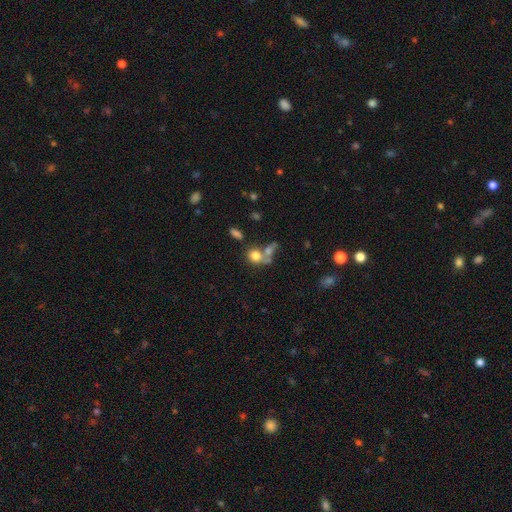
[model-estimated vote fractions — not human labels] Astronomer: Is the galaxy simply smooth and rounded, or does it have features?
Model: smooth — 75%.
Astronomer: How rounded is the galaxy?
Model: round — 61% (runner-up: in between, 37%).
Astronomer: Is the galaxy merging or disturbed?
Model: merger — 43% (runner-up: none, 39%).